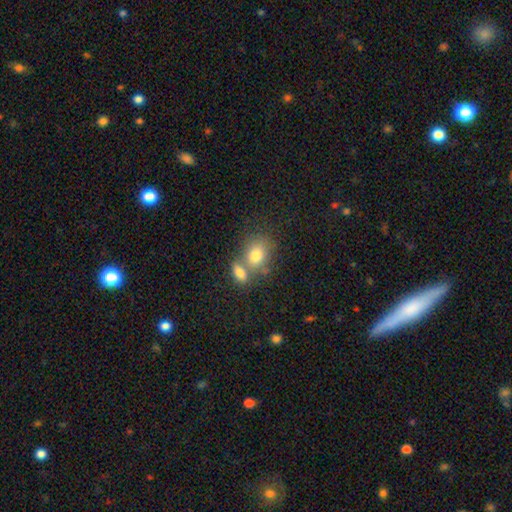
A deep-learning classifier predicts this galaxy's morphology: Smooth or featured: smooth — 77% (featured or disk — 13%)
How rounded: in between — 63% (round — 36%)
Merging: merger — 46% (none — 39%)